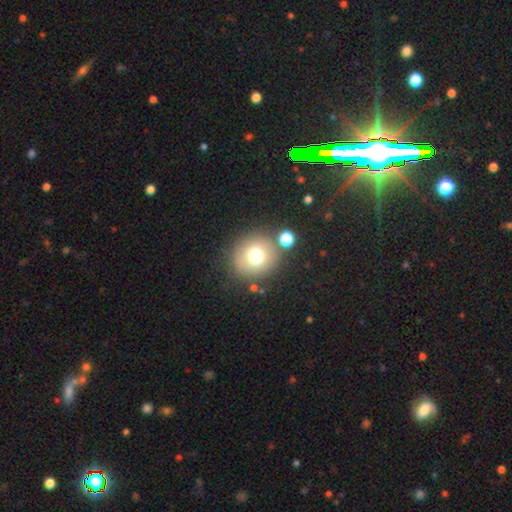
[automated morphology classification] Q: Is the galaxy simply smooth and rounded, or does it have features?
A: smooth — 72%.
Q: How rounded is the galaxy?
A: round — 90%.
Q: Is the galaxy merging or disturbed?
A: none — 80%.